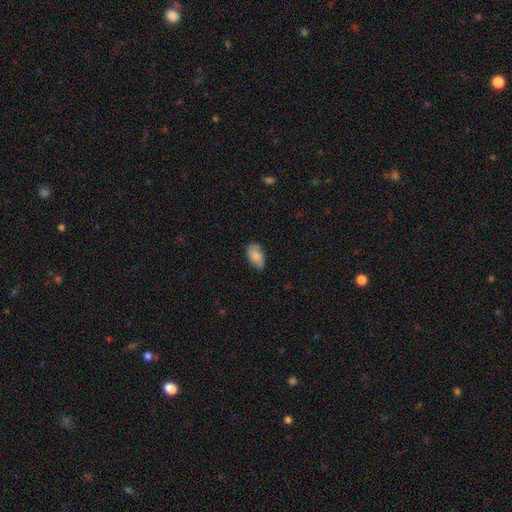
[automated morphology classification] smooth-or-featured: smooth: 81% | featured or disk: 12% | star or artifact: 7%
  how-rounded: in between: 93% | round: 5% | cigar-shaped: 2%
  merging: none: 72% | minor disturbance: 23% | major disturbance: 4% | merger: 1%